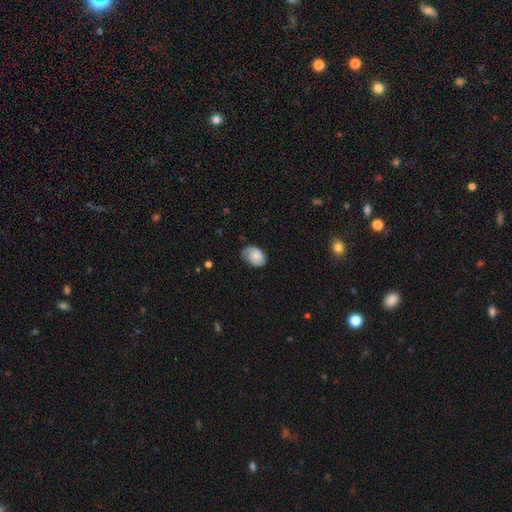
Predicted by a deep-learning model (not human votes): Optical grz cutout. It shows a smooth galaxy with no disk features (68%) that is in between round and cigar-shaped (77%). Merging: none (59%).